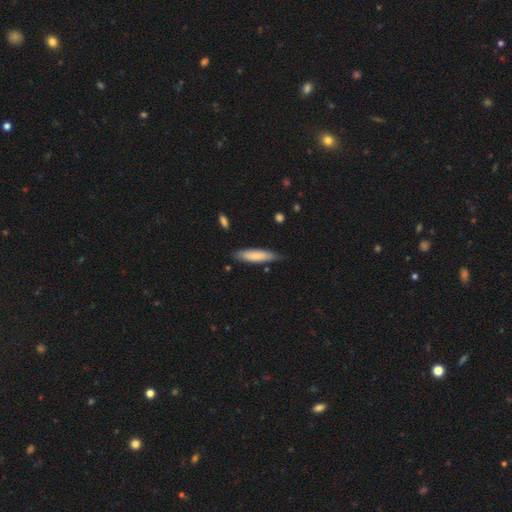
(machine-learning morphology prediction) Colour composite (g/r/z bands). It shows a smooth galaxy with no disk features (79%) that is cigar-shaped (77%). Merging: none (80%).